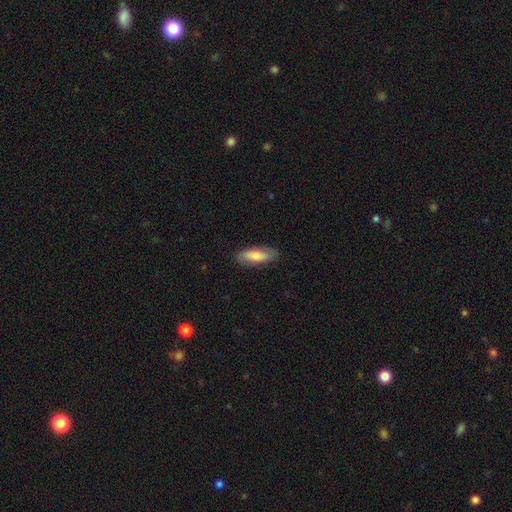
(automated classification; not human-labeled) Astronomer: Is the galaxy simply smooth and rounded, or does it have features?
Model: smooth — 69%.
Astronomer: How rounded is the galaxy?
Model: in between — 64%.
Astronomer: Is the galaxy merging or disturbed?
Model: none — 84%.